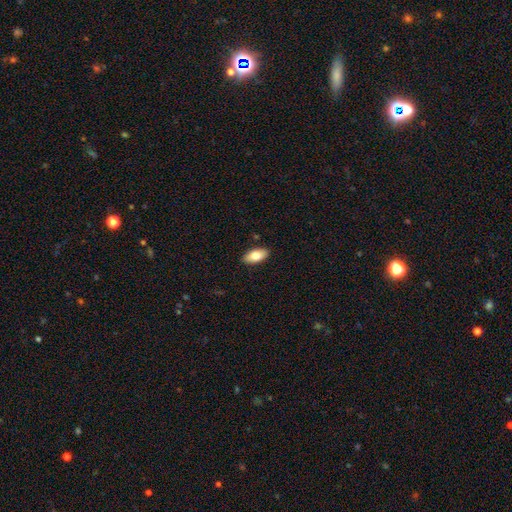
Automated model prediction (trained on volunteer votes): smooth-or-featured: smooth: 78% | featured or disk: 15% | star or artifact: 6%
  how-rounded: in between: 91% | cigar-shaped: 6% | round: 3%
  merging: none: 89% | minor disturbance: 8% | major disturbance: 2% | merger: 1%